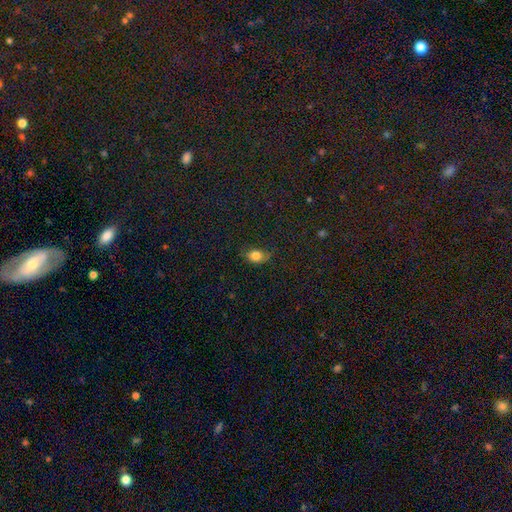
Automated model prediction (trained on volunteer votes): smooth-or-featured: smooth: 80% | star or artifact: 11% | featured or disk: 9%
  how-rounded: in between: 65% | round: 33% | cigar-shaped: 2%
  merging: none: 63% | minor disturbance: 27% | major disturbance: 9% | merger: 2%